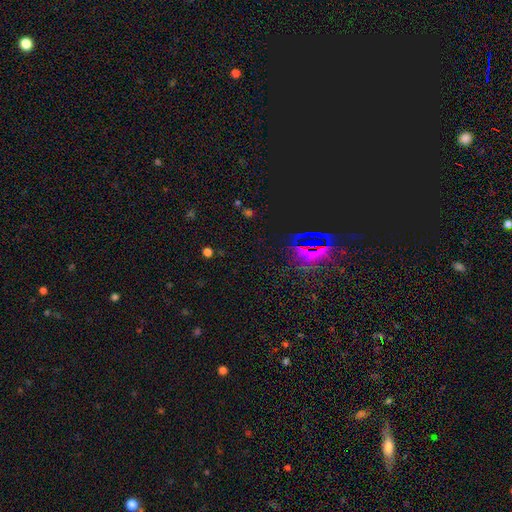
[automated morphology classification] smooth-or-featured: star or artifact: 72% | smooth: 21% | featured or disk: 7%